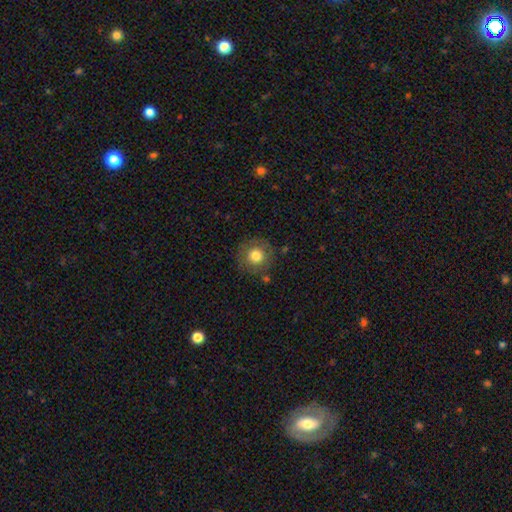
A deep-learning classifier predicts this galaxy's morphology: Smooth or featured? Predicted: smooth (p=0.77). How rounded? Predicted: round (p=0.94). Merging? Predicted: none (p=0.83).